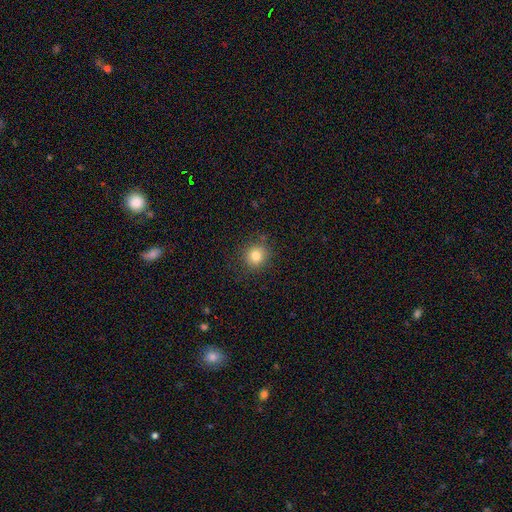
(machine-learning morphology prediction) Overall: smooth (81%). How rounded: round (88%). Merging: none (86%).